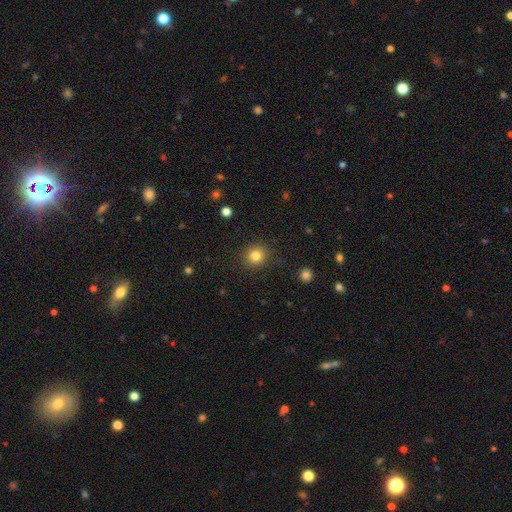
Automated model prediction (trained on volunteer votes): Smooth or featured?
  - smooth: 83% *
  - star or artifact: 12%
  - featured or disk: 6%
How rounded?
  - round: 88% *
  - in between: 11%
  - cigar-shaped: 1%
Merging?
  - none: 90% *
  - minor disturbance: 7%
  - major disturbance: 2%
  - merger: 1%